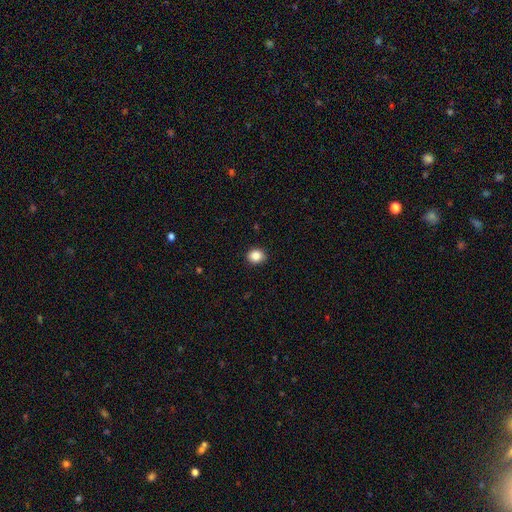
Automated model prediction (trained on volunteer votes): Morphology: type=smooth (86%); roundness=round (73%); merging=none (90%).